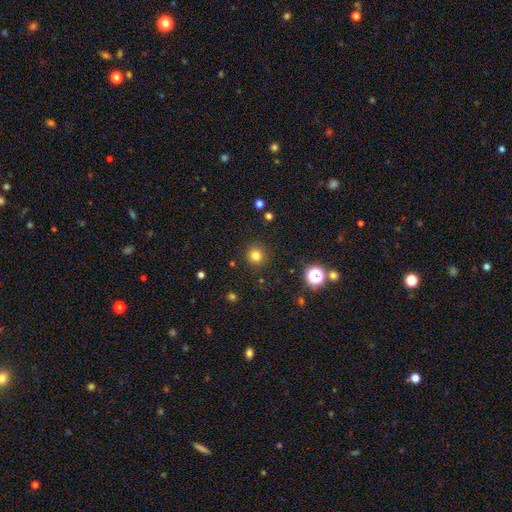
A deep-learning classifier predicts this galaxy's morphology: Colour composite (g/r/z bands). It shows a smooth galaxy with no disk features (80%) that is round (94%). Merging: none (91%).